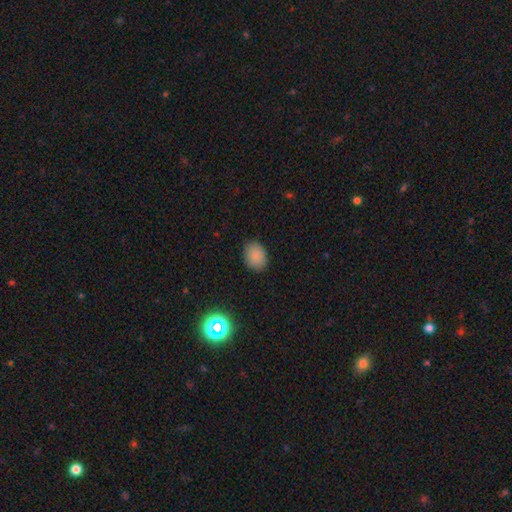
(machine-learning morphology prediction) Smooth or featured: smooth — 85% (star or artifact — 11%)
How rounded: in between — 63% (round — 36%)
Merging: none — 86% (minor disturbance — 10%)